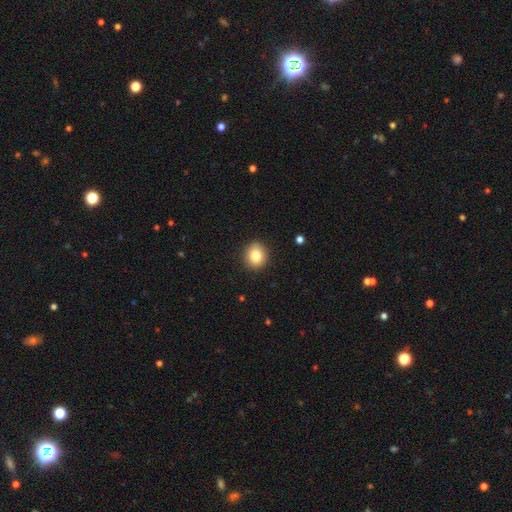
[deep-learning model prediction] Smooth or featured: smooth — 83% (star or artifact — 9%)
How rounded: round — 83% (in between — 16%)
Merging: none — 91% (minor disturbance — 7%)